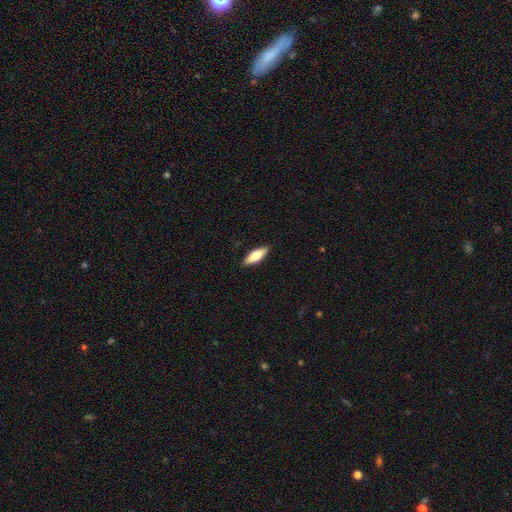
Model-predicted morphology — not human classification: Overall: smooth (63%; featured or disk 31%). How rounded: in between (61%; cigar-shaped 36%). Merging: none (89%).